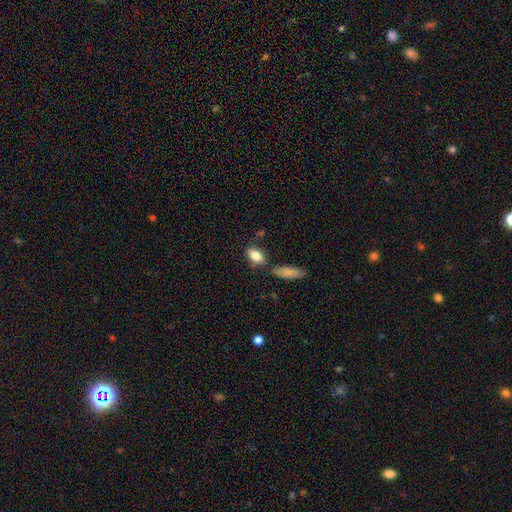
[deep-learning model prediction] Q: Smooth or featured?
A: smooth (84%); runner-up: featured or disk (9%)
Q: How rounded?
A: in between (86%); runner-up: round (8%)
Q: Merging?
A: none (72%); runner-up: minor disturbance (14%)